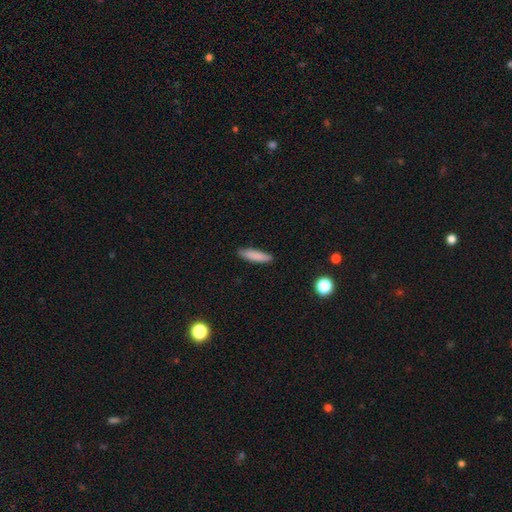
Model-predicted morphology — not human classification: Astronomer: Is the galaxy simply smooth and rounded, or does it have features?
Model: smooth — 85%.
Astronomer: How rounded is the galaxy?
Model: cigar-shaped — 75%.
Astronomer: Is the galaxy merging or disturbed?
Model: none — 88%.